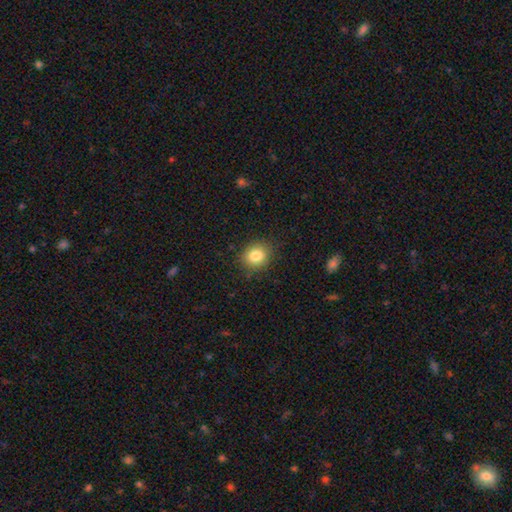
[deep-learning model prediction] A smooth galaxy with no disk features (84%) that is round (70%).

Vote fractions:
- Smooth or featured? smooth: 84% / star or artifact: 10% / featured or disk: 6%
- How rounded? round: 70% / in between: 29% / cigar-shaped: 1%
- Merging? none: 85% / minor disturbance: 11% / major disturbance: 3% / merger: 1%